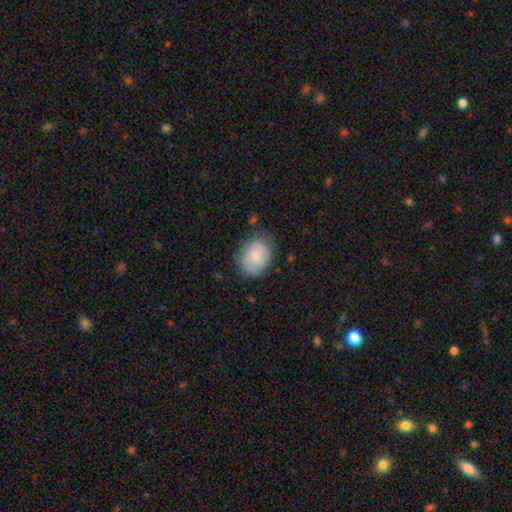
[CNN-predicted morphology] smooth_or_featured: smooth (p=0.79) [alt: featured or disk p=0.14]
how_rounded: in between (p=0.51) [alt: round p=0.48]
merging: none (p=0.74) [alt: minor disturbance p=0.20]